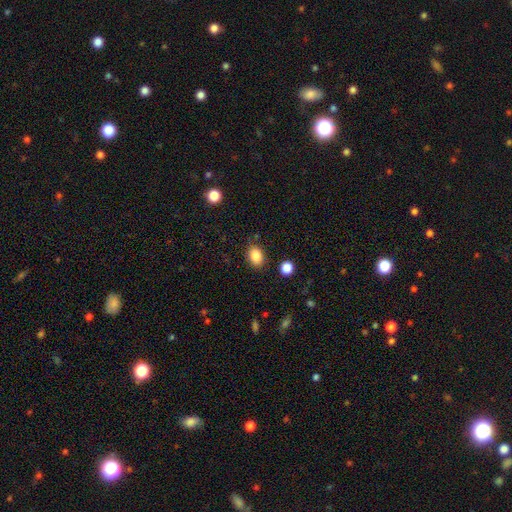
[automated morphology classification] Q: Smooth or featured?
A: smooth (86%); runner-up: star or artifact (9%)
Q: How rounded?
A: in between (76%); runner-up: round (23%)
Q: Merging?
A: none (82%); runner-up: minor disturbance (12%)